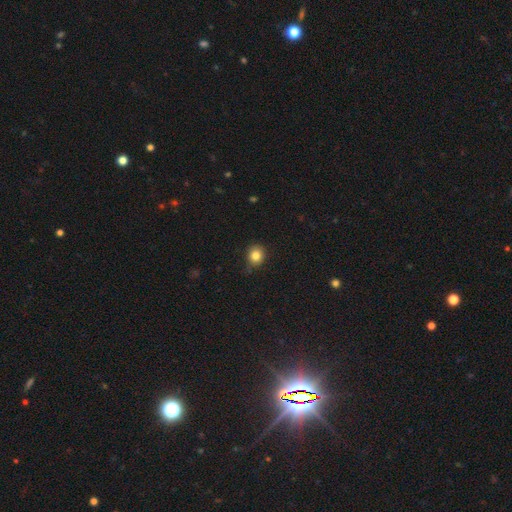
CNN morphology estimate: Smooth or featured? Predicted: smooth (p=0.83). How rounded? Predicted: round (p=0.77). Merging? Predicted: none (p=0.78).